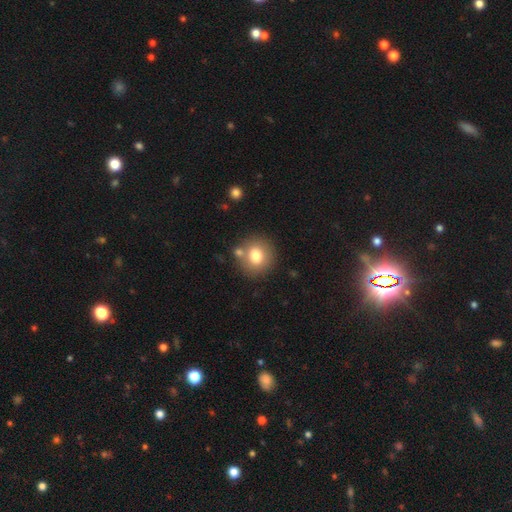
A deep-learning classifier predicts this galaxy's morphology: Smooth or featured: smooth — 76% (featured or disk — 14%)
How rounded: round — 78% (in between — 21%)
Merging: none — 73% (merger — 13%)